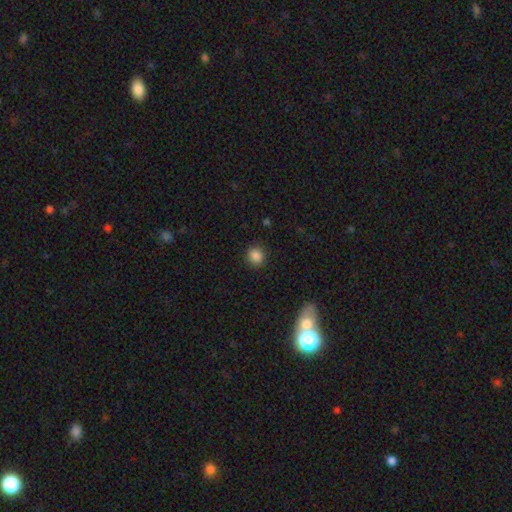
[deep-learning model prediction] Q: Smooth or featured?
A: smooth (86%); runner-up: star or artifact (11%)
Q: How rounded?
A: round (83%); runner-up: in between (16%)
Q: Merging?
A: none (90%); runner-up: minor disturbance (7%)